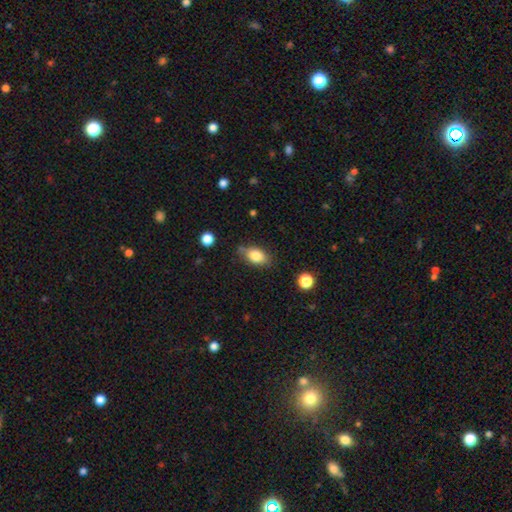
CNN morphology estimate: This appears to be a smooth galaxy with no disk features (82%) that is in between round and cigar-shaped (86%). Merging: none (75%).